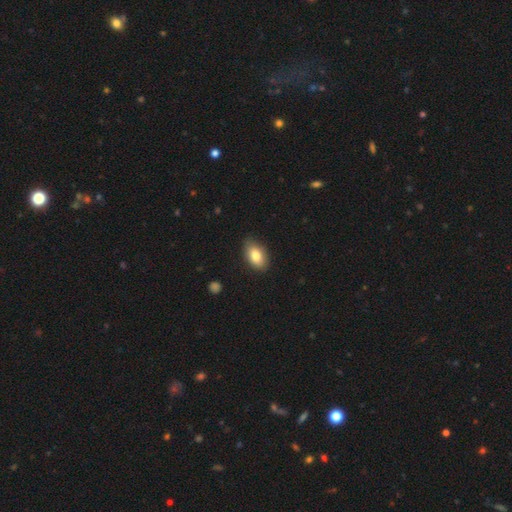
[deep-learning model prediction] Q: Smooth or featured?
A: smooth (82%); runner-up: featured or disk (11%)
Q: How rounded?
A: in between (91%); runner-up: round (7%)
Q: Merging?
A: none (81%); runner-up: minor disturbance (15%)